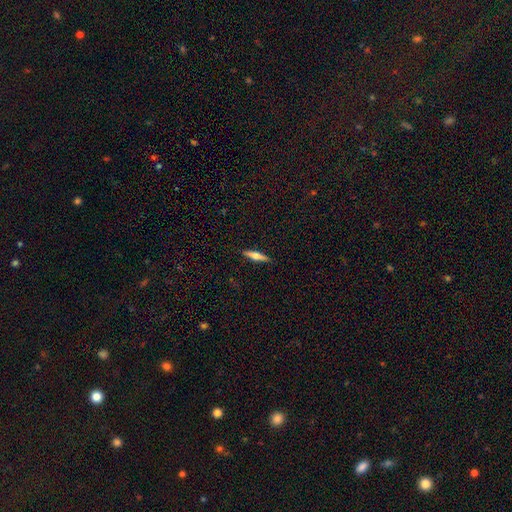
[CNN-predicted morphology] Smooth or featured? Predicted: smooth (p=0.47, tied with featured or disk). Merging? Predicted: none (p=0.90).